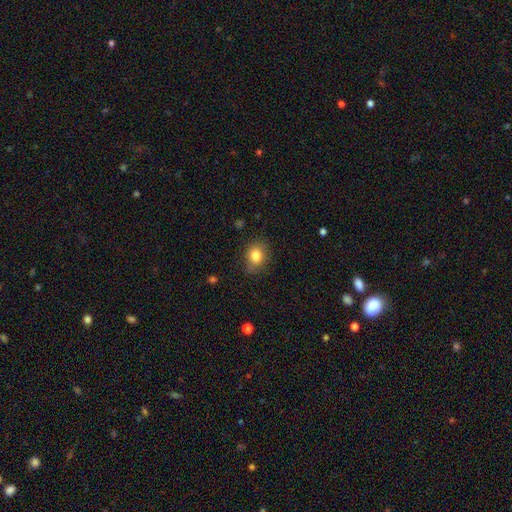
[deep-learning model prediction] smooth 82%, star or artifact 10%, featured or disk 8%. Down the decision tree: how rounded — round (53%); merging — none (81%).